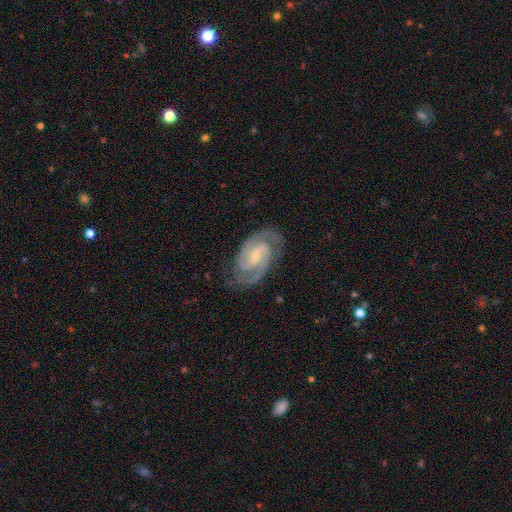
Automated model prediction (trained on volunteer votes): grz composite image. It shows a featured or disk galaxy (93%) with a weak bar (49%), 2 (87%) tight (50%) spiral arms (98%) and a small central bulge (73%). Merging: none (81%).